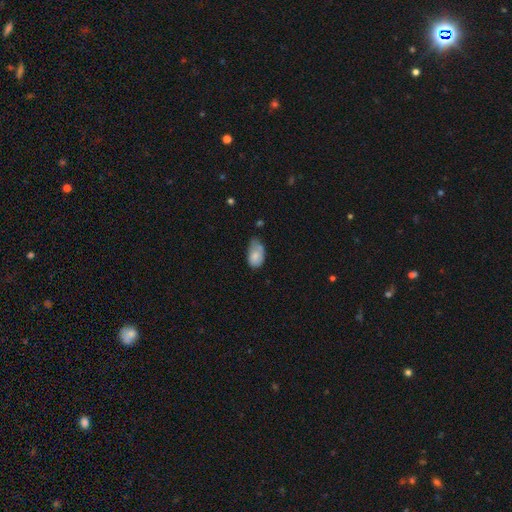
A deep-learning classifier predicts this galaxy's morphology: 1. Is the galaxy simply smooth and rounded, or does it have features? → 73% smooth, 19% featured or disk, 8% star or artifact.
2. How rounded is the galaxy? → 89% in between, 10% round, 2% cigar-shaped.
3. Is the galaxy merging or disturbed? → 41% minor disturbance, 29% none, 18% major disturbance, 12% merger.